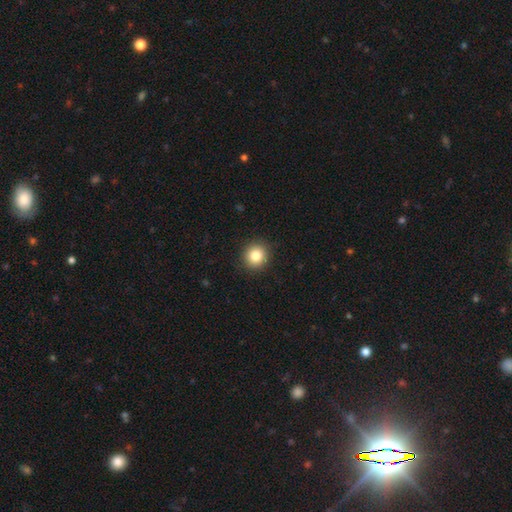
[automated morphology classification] Overall: smooth (84%). How rounded: round (91%). Merging: none (91%).